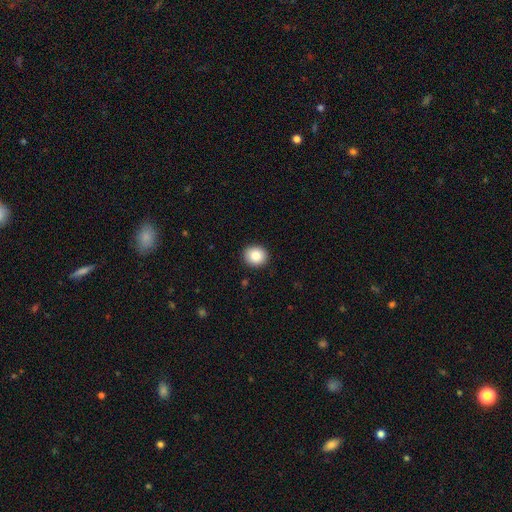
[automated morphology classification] This is clearly a smooth galaxy (86%). How rounded: likely round (76%). Merging: clearly none (91%).